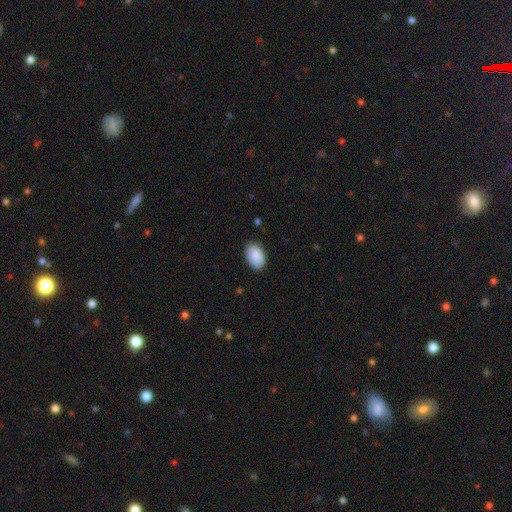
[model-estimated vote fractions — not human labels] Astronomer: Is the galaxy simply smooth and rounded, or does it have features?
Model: smooth — 90%.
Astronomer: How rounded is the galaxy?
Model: in between — 91%.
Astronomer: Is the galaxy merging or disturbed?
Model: none — 84%.